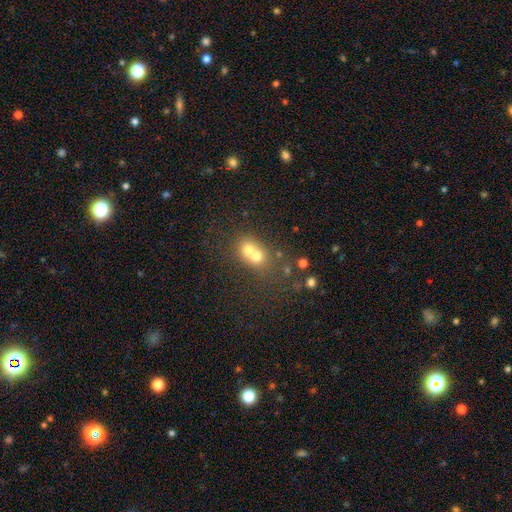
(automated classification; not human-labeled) smooth-or-featured: smooth: 62% | featured or disk: 24% | star or artifact: 14%
  how-rounded: round: 68% | in between: 31% | cigar-shaped: 1%
  merging: merger: 67% | none: 24% | minor disturbance: 5% | major disturbance: 3%